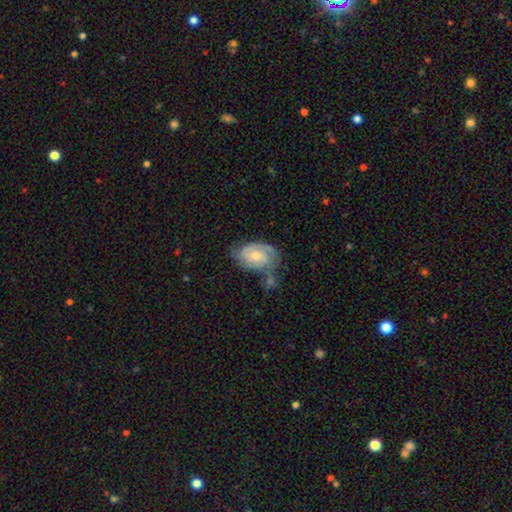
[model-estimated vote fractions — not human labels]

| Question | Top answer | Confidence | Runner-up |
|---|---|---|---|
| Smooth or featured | featured or disk | 76% | smooth (18%) |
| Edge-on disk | no | 97% | yes (3%) |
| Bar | no | 67% | weak (29%) |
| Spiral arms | yes | 93% | no (7%) |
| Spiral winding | tight | 55% | medium (35%) |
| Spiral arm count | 2 | 63% | can't tell (17%) |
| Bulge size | moderate | 58% | small (36%) |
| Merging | none | 45% | minor disturbance (26%) |